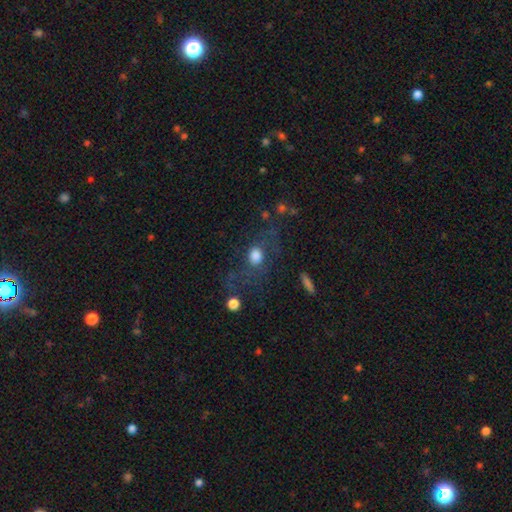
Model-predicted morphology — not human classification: Smooth or featured? Predicted: smooth (p=0.69). How rounded? Predicted: round (p=0.51). Merging? Predicted: none (p=0.48).